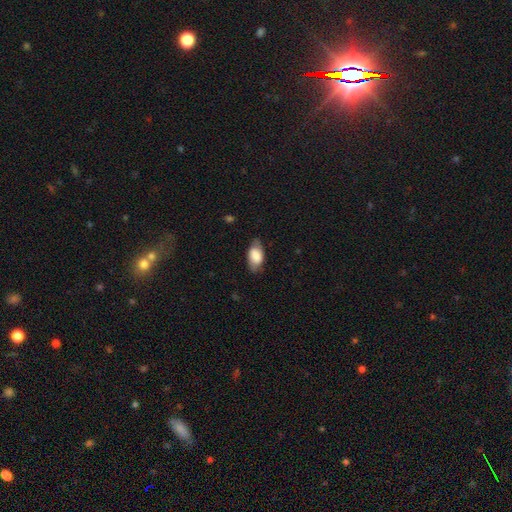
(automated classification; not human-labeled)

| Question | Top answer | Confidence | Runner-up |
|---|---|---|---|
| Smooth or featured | smooth | 75% | featured or disk (18%) |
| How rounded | in between | 92% | cigar-shaped (4%) |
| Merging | none | 71% | minor disturbance (22%) |